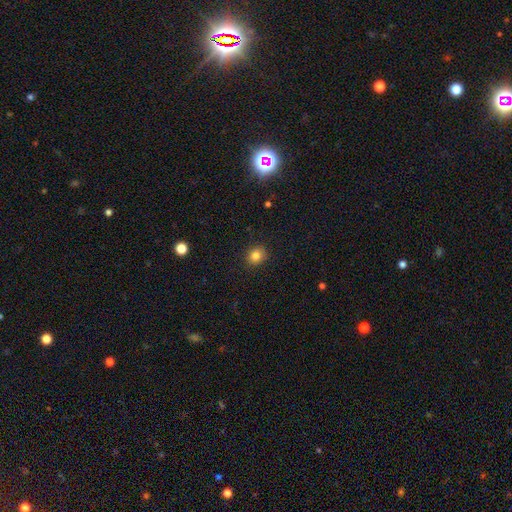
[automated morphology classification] Smooth or featured? Predicted: smooth (p=0.83). How rounded? Predicted: round (p=0.79). Merging? Predicted: none (p=0.90).